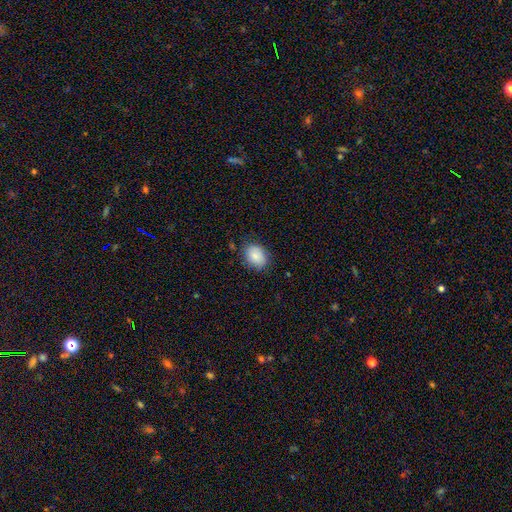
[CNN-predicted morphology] smooth-or-featured: smooth: 85% | star or artifact: 8% | featured or disk: 7%
  how-rounded: in between: 60% | round: 39% | cigar-shaped: 1%
  merging: none: 79% | minor disturbance: 16% | major disturbance: 4% | merger: 1%